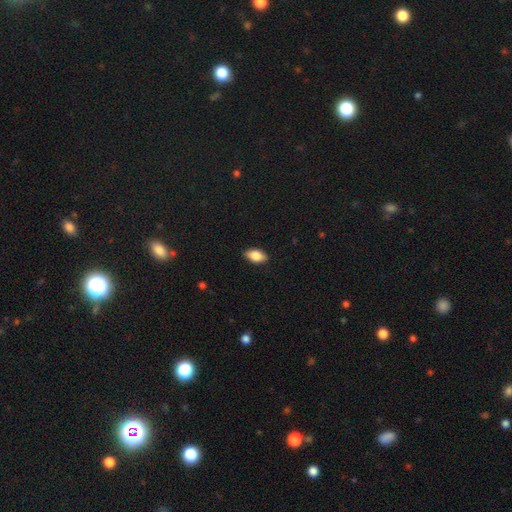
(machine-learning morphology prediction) This is likely a smooth galaxy (80%). How rounded: clearly in between (90%). Merging: clearly none (86%).